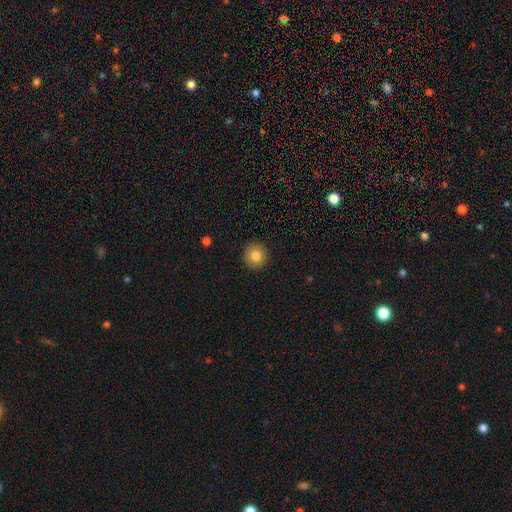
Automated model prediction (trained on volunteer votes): Smooth or featured: smooth — 82% (star or artifact — 10%)
How rounded: round — 93% (in between — 6%)
Merging: none — 92% (minor disturbance — 6%)